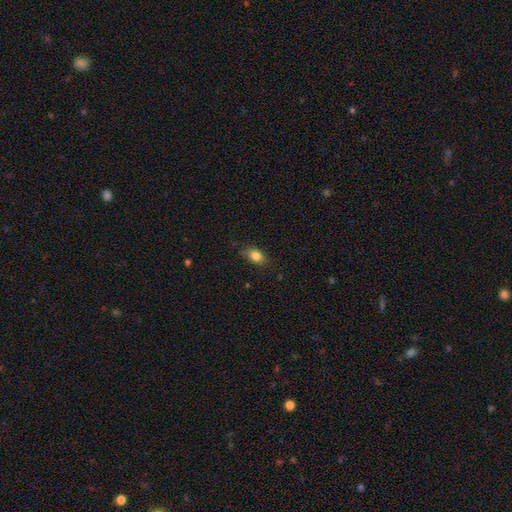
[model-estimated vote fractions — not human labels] smooth 83%, star or artifact 9%, featured or disk 7%. Down the decision tree: how rounded — in between (77%); merging — none (78%).